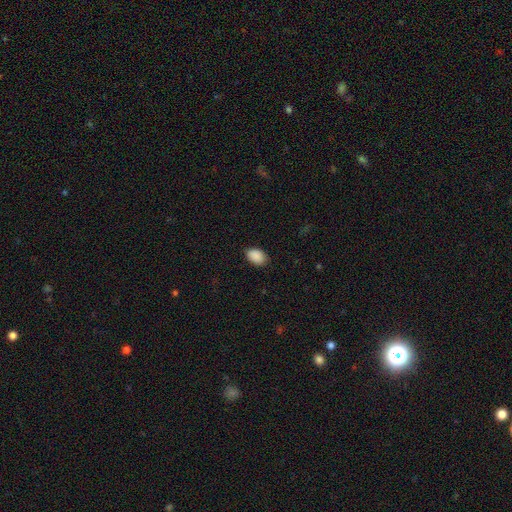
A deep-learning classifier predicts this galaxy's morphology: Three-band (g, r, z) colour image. It shows a smooth galaxy with no disk features (90%) that is in between round and cigar-shaped (86%). Merging: none (85%).